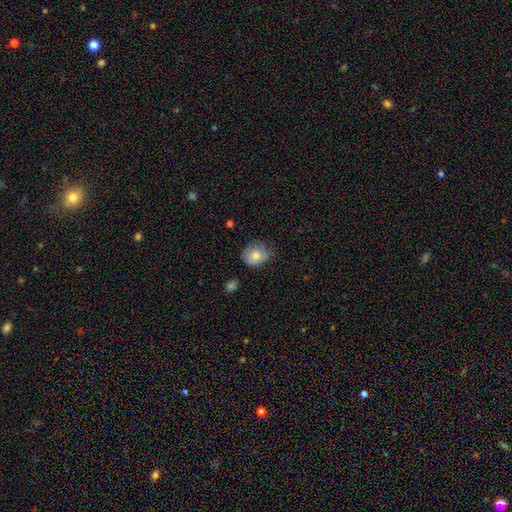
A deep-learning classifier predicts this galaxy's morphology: This is likely a smooth galaxy (78%). How rounded: likely round (66%). Merging: likely none (66%).